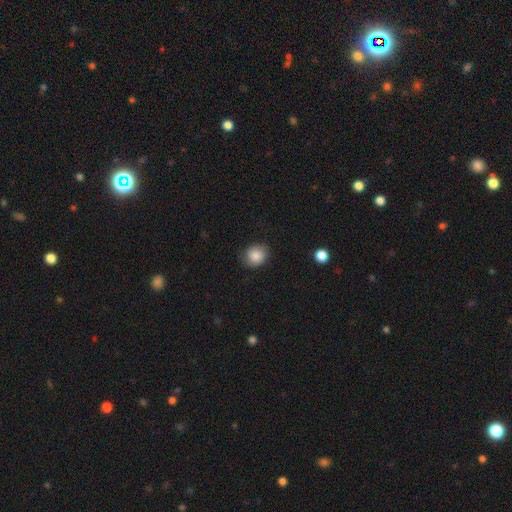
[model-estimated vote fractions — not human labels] A smooth galaxy with no disk features (82%) that is round (66%).

Vote fractions:
- Smooth or featured? smooth: 82% / star or artifact: 9% / featured or disk: 9%
- How rounded? round: 66% / in between: 33% / cigar-shaped: 1%
- Merging? none: 78% / minor disturbance: 17% / major disturbance: 4% / merger: 1%